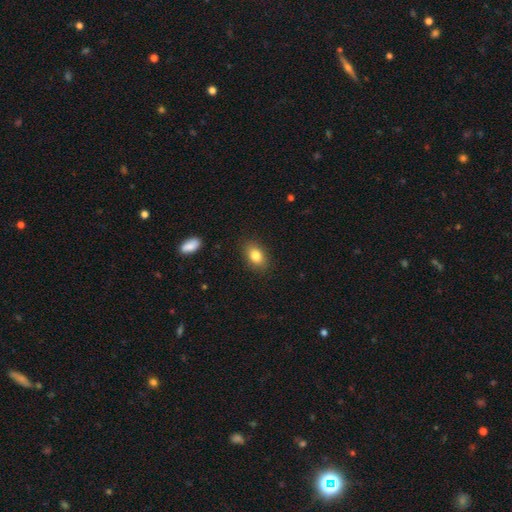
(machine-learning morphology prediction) Smooth or featured? smooth (83%)
How rounded? in between (83%)
Merging? none (86%)